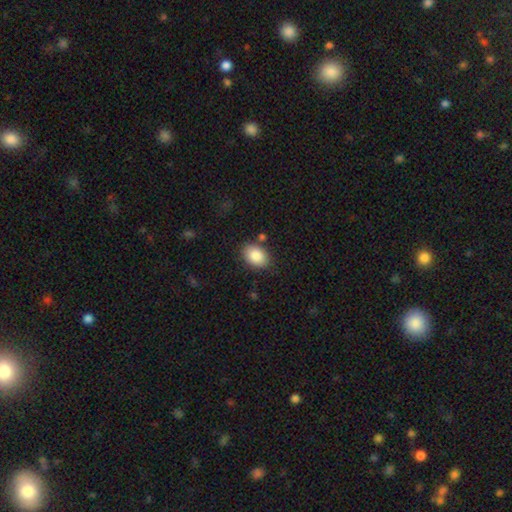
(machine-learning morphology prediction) The model was most divided on "how rounded": in between: 83%, round: 16%, cigar-shaped: 1%. More confident: smooth or featured — smooth (88%); merging — none (82%).